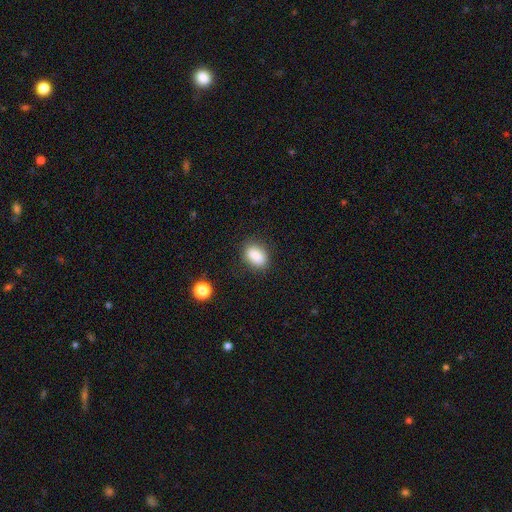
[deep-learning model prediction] Smooth or featured? Predicted: smooth (p=0.87). How rounded? Predicted: in between (p=0.84). Merging? Predicted: none (p=0.83).